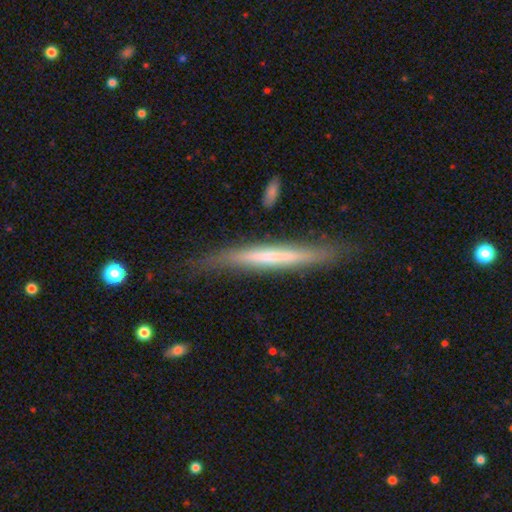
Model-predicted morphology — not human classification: Overall: featured or disk (49%; smooth 45%). Merging: none (79%).